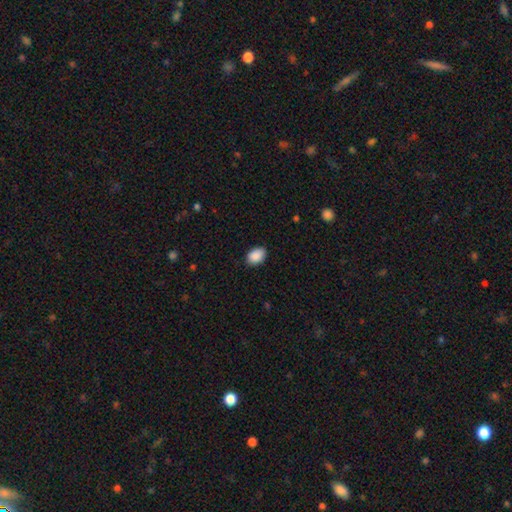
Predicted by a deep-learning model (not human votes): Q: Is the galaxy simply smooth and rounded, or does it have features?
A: smooth — 90%.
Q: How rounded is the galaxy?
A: in between — 83%.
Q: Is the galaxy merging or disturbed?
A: none — 87%.